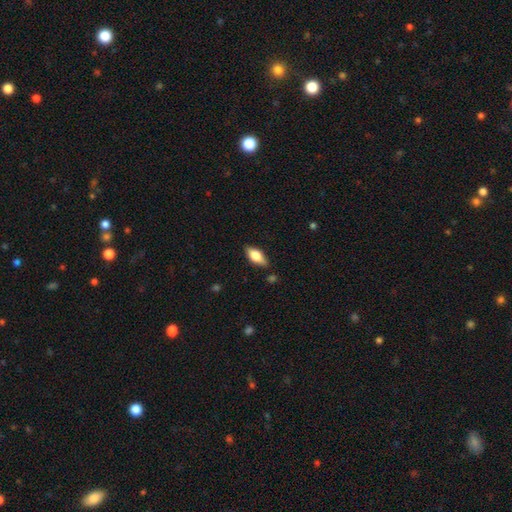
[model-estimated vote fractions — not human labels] Smooth or featured? smooth (69%)
How rounded? in between (81%)
Merging? none (83%)